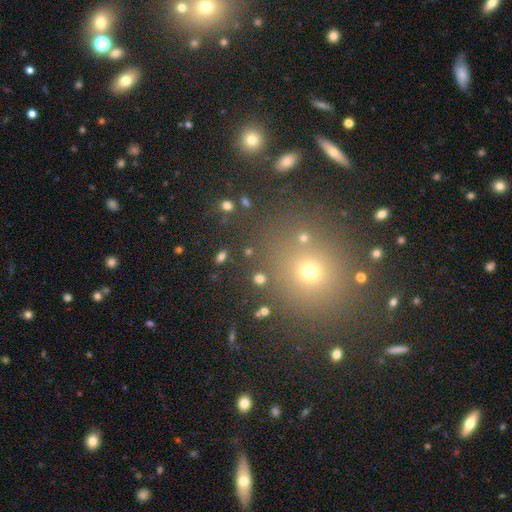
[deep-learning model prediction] Smooth or featured? smooth (51%)
How rounded? round (78%)
Merging? none (84%)